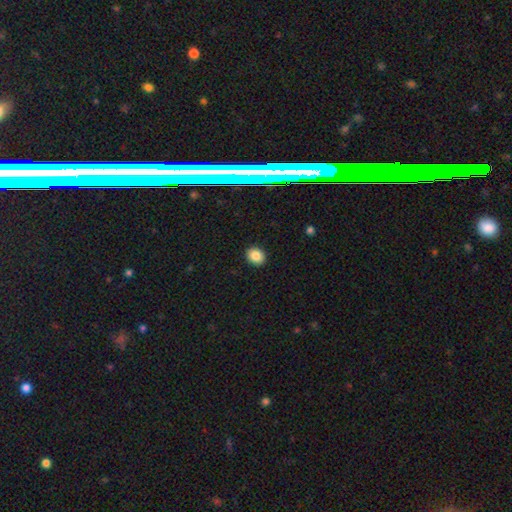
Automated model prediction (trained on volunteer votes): smooth-or-featured: smooth: 83% | star or artifact: 12% | featured or disk: 5%
  how-rounded: round: 64% | in between: 35% | cigar-shaped: 1%
  merging: none: 91% | minor disturbance: 6% | major disturbance: 2% | merger: 1%